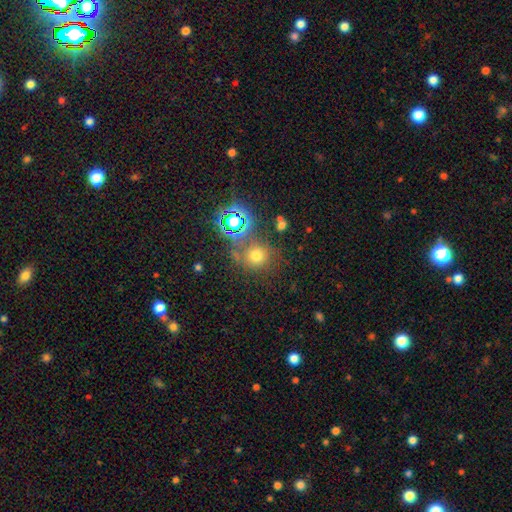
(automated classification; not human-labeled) Q: Smooth or featured?
A: smooth (64%); runner-up: star or artifact (26%)
Q: How rounded?
A: round (87%); runner-up: in between (12%)
Q: Merging?
A: none (67%); runner-up: minor disturbance (13%)